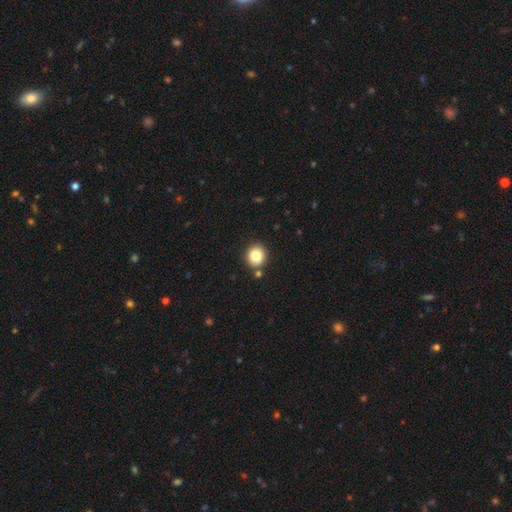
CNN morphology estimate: smooth-or-featured: smooth: 83% | star or artifact: 10% | featured or disk: 7%
  how-rounded: round: 85% | in between: 14% | cigar-shaped: 1%
  merging: none: 84% | minor disturbance: 8% | merger: 6% | major disturbance: 2%